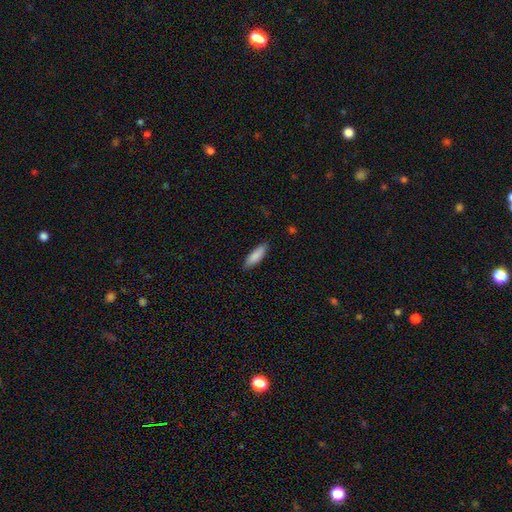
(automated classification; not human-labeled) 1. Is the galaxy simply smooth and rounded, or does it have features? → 87% smooth, 7% featured or disk, 6% star or artifact.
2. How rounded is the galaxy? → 54% cigar-shaped, 45% in between, 1% round.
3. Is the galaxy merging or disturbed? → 86% none, 11% minor disturbance, 2% major disturbance, 1% merger.